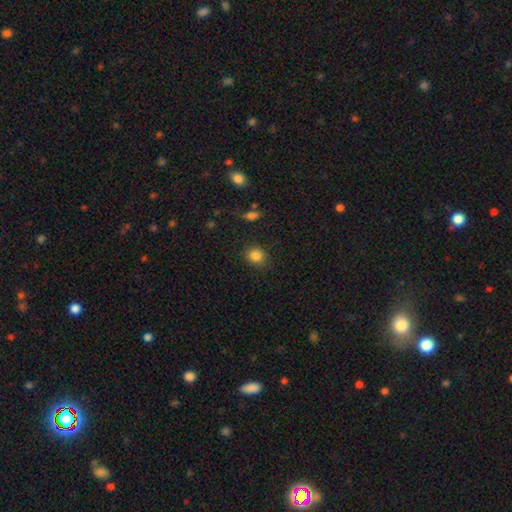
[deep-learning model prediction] Morphology: type=smooth (85%); roundness=round (76%); merging=none (85%).